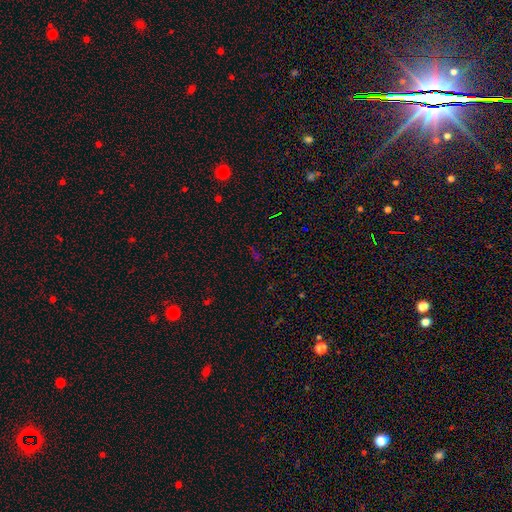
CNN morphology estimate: This appears to be a star or artifact, not a galaxy (64%).